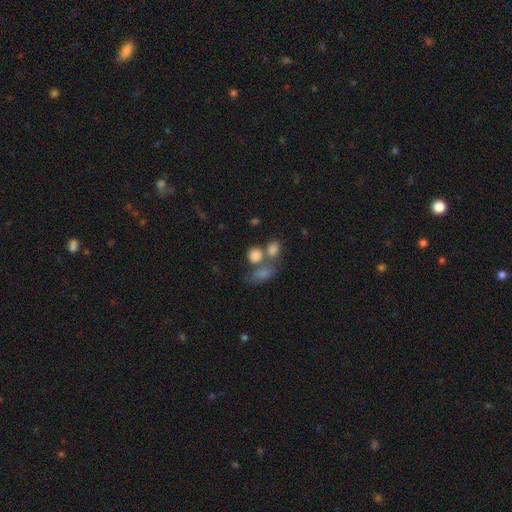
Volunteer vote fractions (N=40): This is clearly a smooth galaxy (92%). How rounded: likely round (78%). Merging: possibly none (46%).